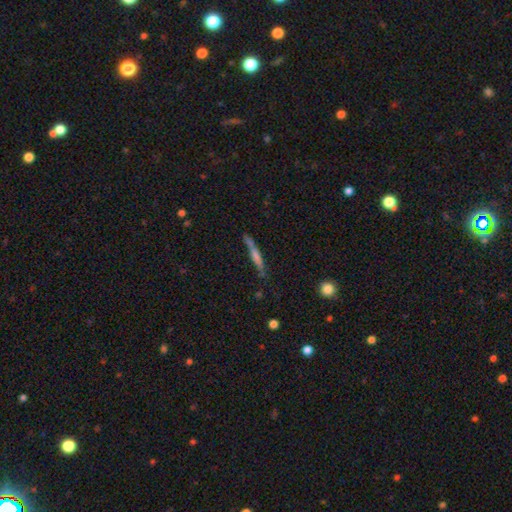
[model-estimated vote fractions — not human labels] The model was most divided on "smooth or featured": featured or disk: 55%, smooth: 32%, star or artifact: 14%. More confident: edge-on disk — yes (92%); merging — none (80%); edge-on bulge — rounded (65%).